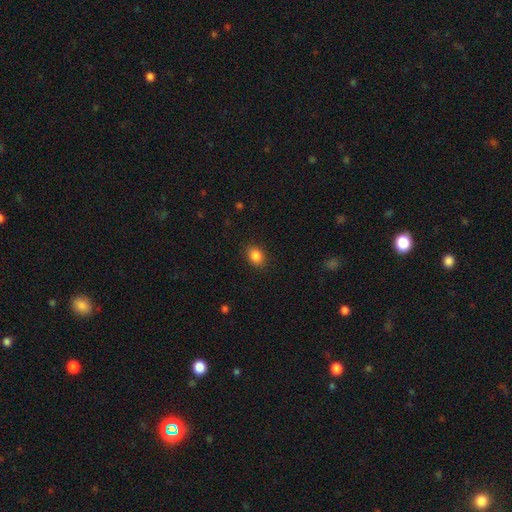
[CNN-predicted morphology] This is clearly a smooth galaxy (86%). How rounded: likely in between (60%). Merging: clearly none (88%).